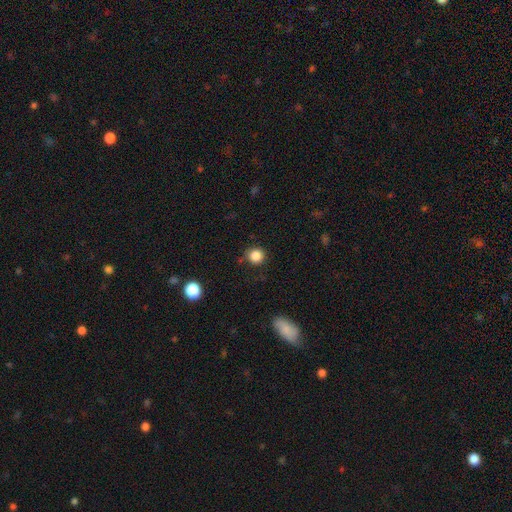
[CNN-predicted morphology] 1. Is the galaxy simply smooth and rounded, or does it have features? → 85% smooth, 11% star or artifact, 4% featured or disk.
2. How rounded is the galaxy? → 92% round, 7% in between, 1% cigar-shaped.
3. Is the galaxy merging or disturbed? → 83% none, 11% minor disturbance, 3% major disturbance, 2% merger.